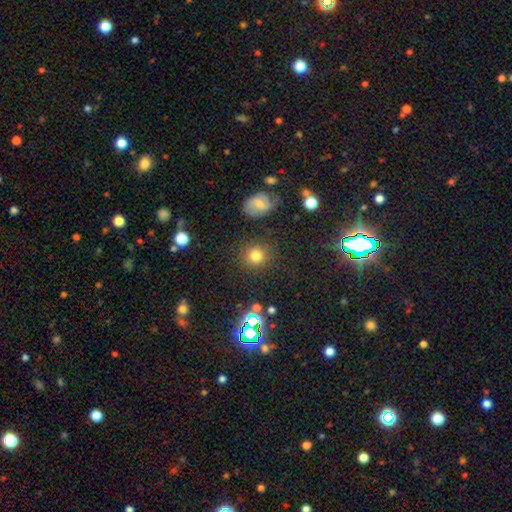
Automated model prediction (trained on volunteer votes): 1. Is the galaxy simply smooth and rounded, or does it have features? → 75% smooth, 17% star or artifact, 8% featured or disk.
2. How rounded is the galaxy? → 88% round, 11% in between, 1% cigar-shaped.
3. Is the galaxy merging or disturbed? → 84% none, 9% minor disturbance, 4% major disturbance, 3% merger.